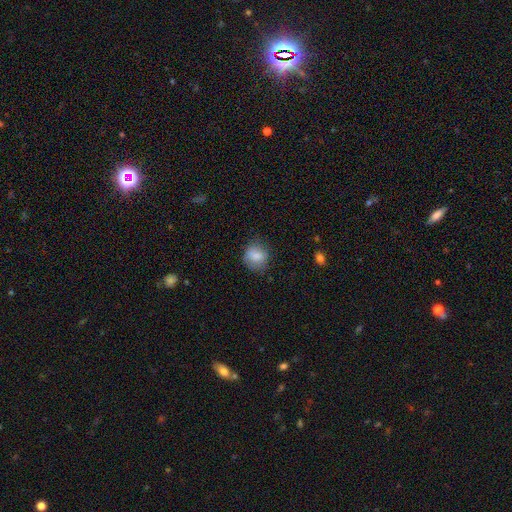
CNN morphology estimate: smooth_or_featured: smooth (p=0.82) [alt: featured or disk p=0.10]
how_rounded: round (p=0.76) [alt: in between p=0.23]
merging: none (p=0.73) [alt: minor disturbance p=0.20]